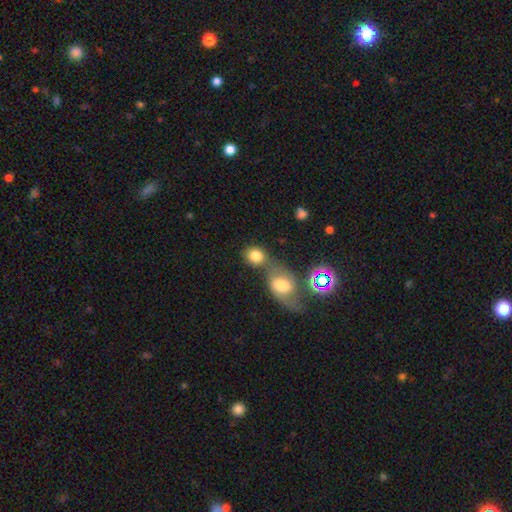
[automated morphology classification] The model was most divided on "merging": merger: 43%, none: 41%, minor disturbance: 10%, major disturbance: 6%. More confident: smooth or featured — smooth (81%); how rounded — round (72%).